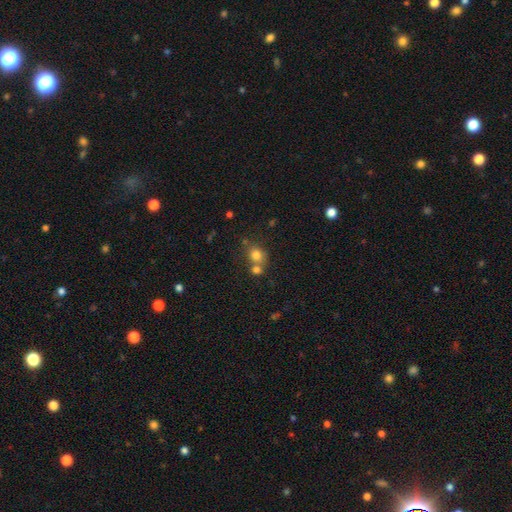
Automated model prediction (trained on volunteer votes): smooth 77%, star or artifact 13%, featured or disk 10%. Down the decision tree: how rounded — round (72%); merging — none (47%).